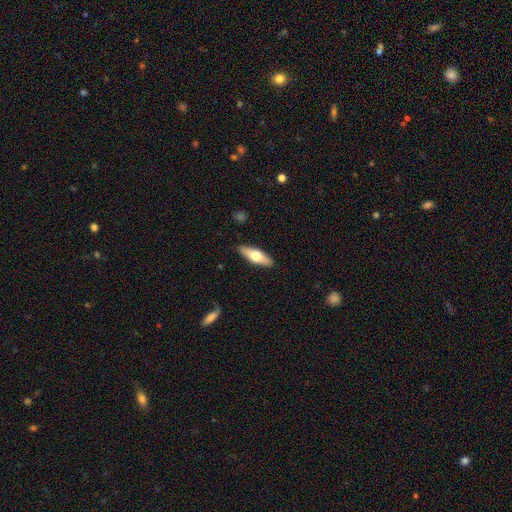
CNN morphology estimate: This is possibly a smooth galaxy (57%). How rounded: possibly in between (53%). Merging: clearly none (88%).